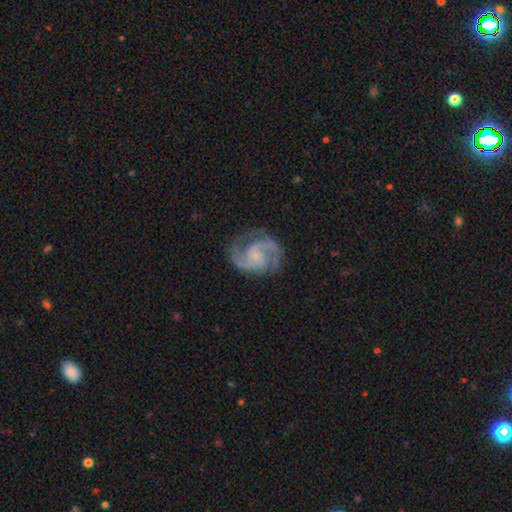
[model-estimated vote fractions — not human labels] smooth_or_featured: featured or disk (p=0.92) [alt: smooth p=0.04]
disk_edge_on: no (p=0.98) [alt: yes p=0.02]
bar: no (p=0.57) [alt: weak p=0.36]
has_spiral_arms: yes (p=0.98) [alt: no p=0.02]
spiral_winding: medium (p=0.58) [alt: tight p=0.30]
spiral_arm_count: 2 (p=0.80) [alt: 3 p=0.11]
bulge_size: small (p=0.66) [alt: moderate p=0.17]
merging: none (p=0.78) [alt: minor disturbance p=0.15]